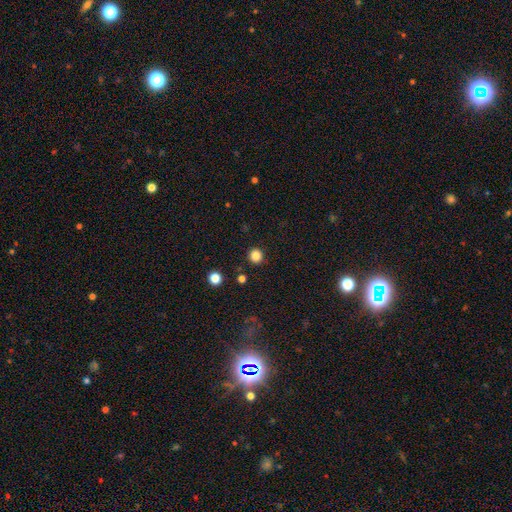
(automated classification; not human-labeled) A smooth galaxy with no disk features (84%) that is round (94%). Merging: none (92%).